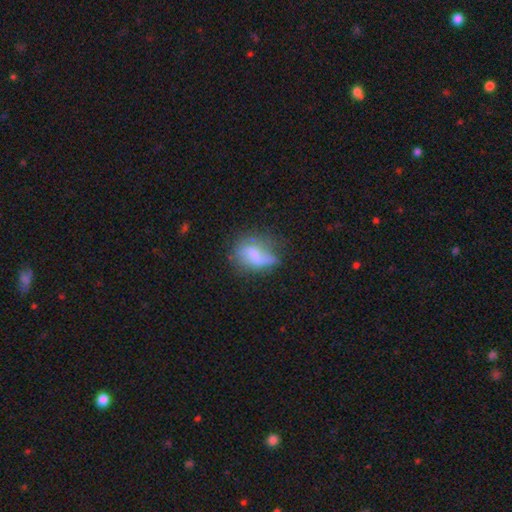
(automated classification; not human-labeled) Smooth or featured? Predicted: smooth (p=0.56). How rounded? Predicted: in between (p=0.74). Merging? Predicted: none (p=0.37).